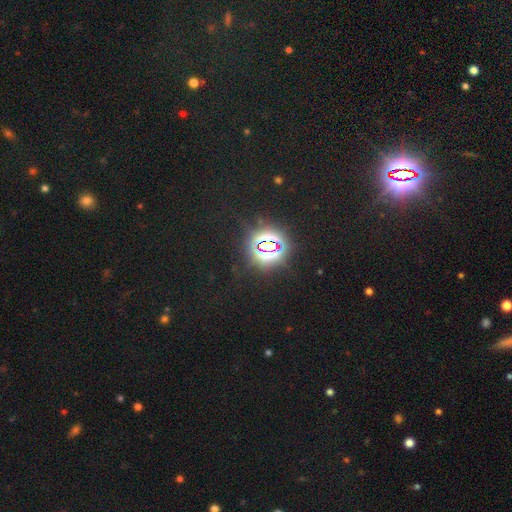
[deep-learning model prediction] Smooth or featured? star or artifact (66%)